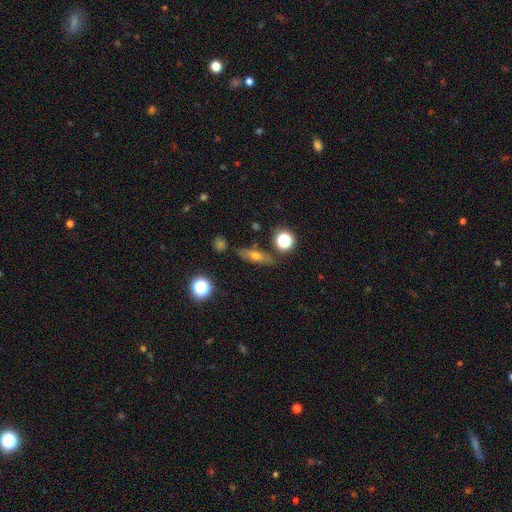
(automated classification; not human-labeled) smooth_or_featured: smooth (p=0.54) [alt: featured or disk p=0.33]
how_rounded: in between (p=0.45) [alt: cigar-shaped p=0.44]
merging: none (p=0.81) [alt: minor disturbance p=0.11]